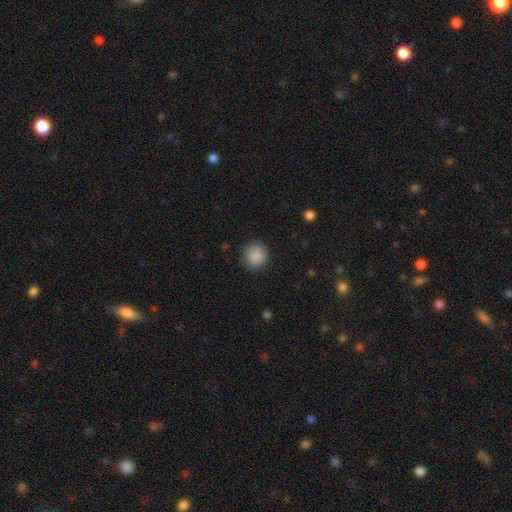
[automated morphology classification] A smooth galaxy with no disk features (88%) that is round (91%). Merging: none (87%).